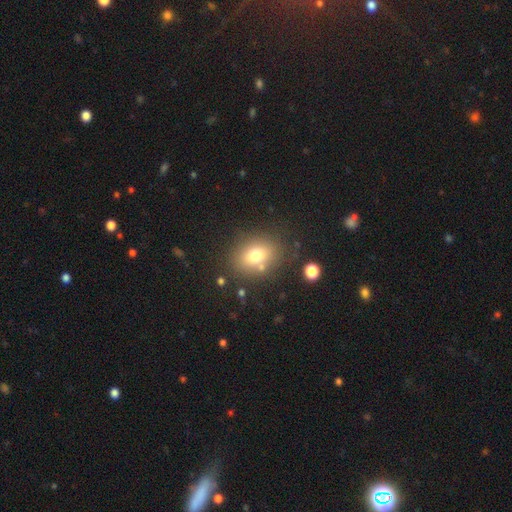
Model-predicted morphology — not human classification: The model was most divided on "how rounded": in between: 60%, round: 39%, cigar-shaped: 1%. More confident: merging — none (77%); smooth or featured — smooth (74%).